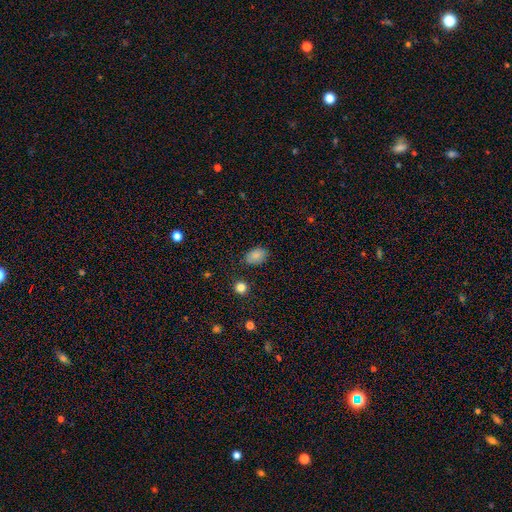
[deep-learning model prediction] Smooth or featured? smooth (85%)
How rounded? in between (80%)
Merging? none (81%)